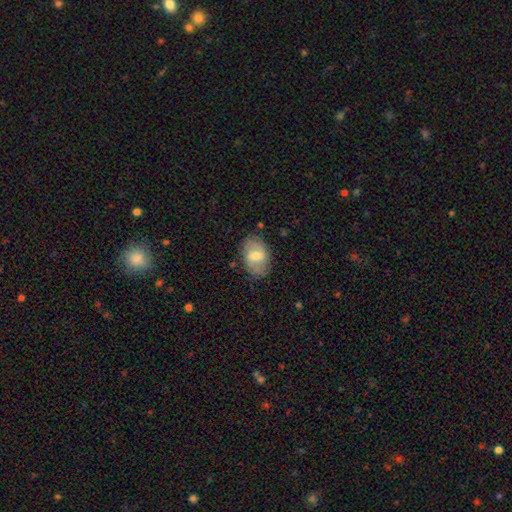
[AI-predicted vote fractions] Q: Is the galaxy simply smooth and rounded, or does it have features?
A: smooth — 53%.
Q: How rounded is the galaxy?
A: in between — 85%.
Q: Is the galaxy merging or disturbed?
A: none — 77%.